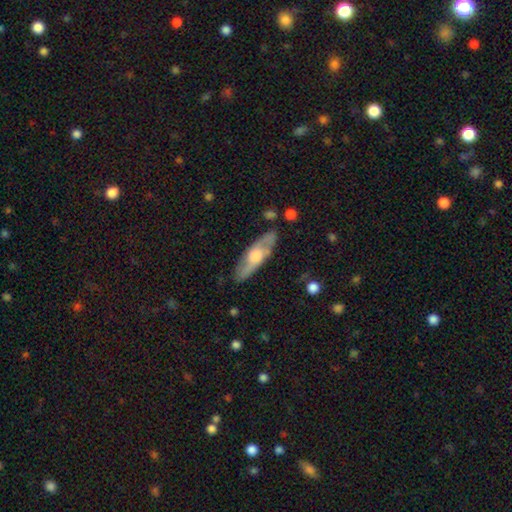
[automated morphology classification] This is possibly a featured or disk galaxy (56%). It is possibly viewed edge-on (55%). Merging: clearly none (83%).